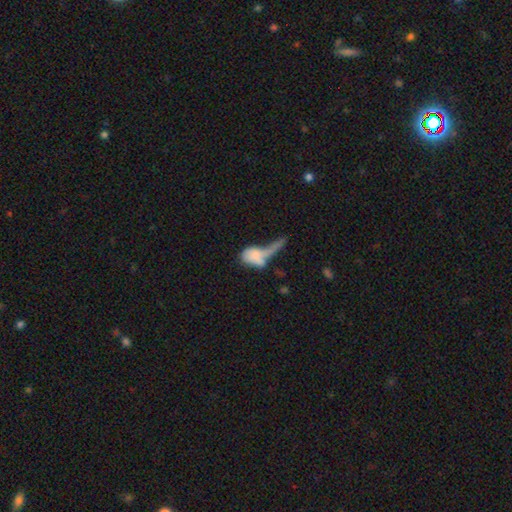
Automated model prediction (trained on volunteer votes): Morphology: type=smooth (63%); roundness=in between (76%); merging=major disturbance (38%).